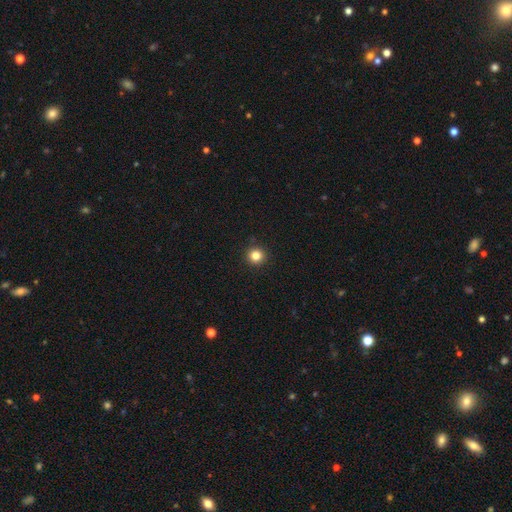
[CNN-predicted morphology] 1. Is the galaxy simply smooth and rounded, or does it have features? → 83% smooth, 12% star or artifact, 5% featured or disk.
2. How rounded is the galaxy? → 95% round, 5% in between, 1% cigar-shaped.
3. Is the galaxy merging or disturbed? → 93% none, 4% minor disturbance, 1% major disturbance, 1% merger.